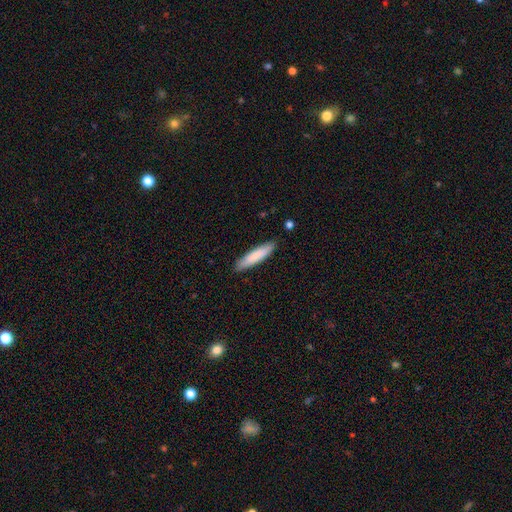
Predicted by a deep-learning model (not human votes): A smooth galaxy with no disk features (83%) that is cigar-shaped (80%).

Vote fractions:
- Smooth or featured? smooth: 83% / featured or disk: 12% / star or artifact: 5%
- How rounded? cigar-shaped: 80% / in between: 19% / round: 1%
- Merging? none: 88% / minor disturbance: 9% / major disturbance: 2% / merger: 1%